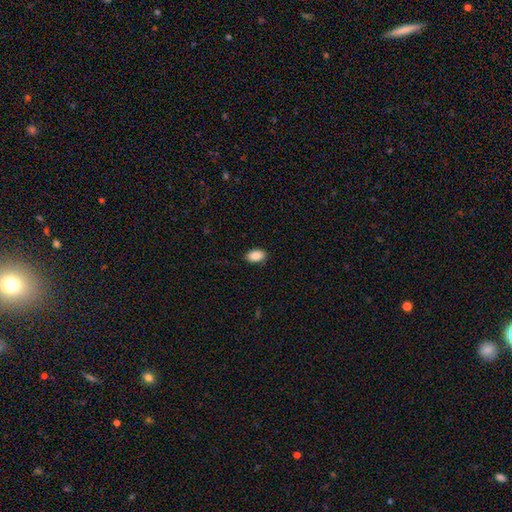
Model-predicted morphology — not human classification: Smooth or featured: smooth — 89% (star or artifact — 7%)
How rounded: in between — 93% (round — 6%)
Merging: none — 87% (minor disturbance — 10%)